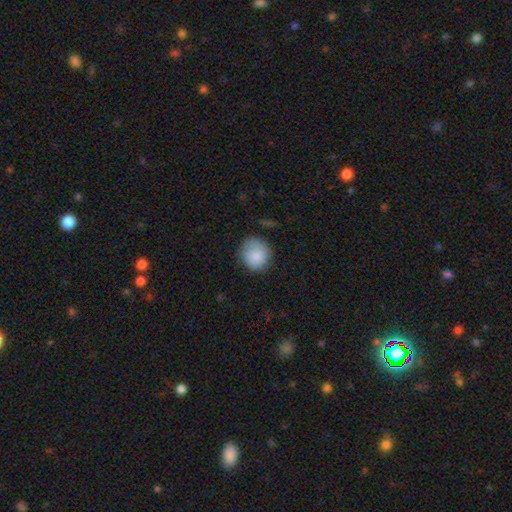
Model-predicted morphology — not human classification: smooth 85%, featured or disk 8%, star or artifact 7%. Down the decision tree: how rounded — round (86%); merging — none (73%).